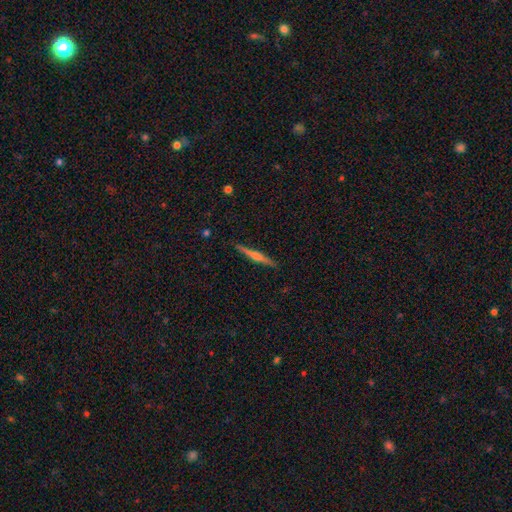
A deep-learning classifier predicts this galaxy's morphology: This is likely a featured or disk galaxy (75%). It is clearly viewed edge-on (98%). Edge-on bulge: likely rounded (80%). Merging: clearly none (91%).